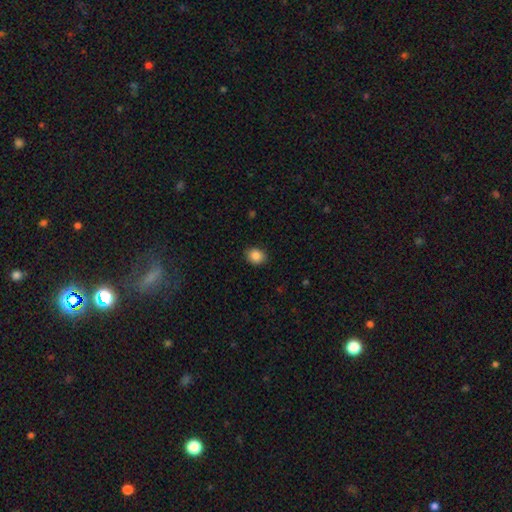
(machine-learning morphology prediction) Smooth or featured: smooth — 86% (star or artifact — 9%)
How rounded: round — 60% (in between — 39%)
Merging: none — 88% (minor disturbance — 9%)